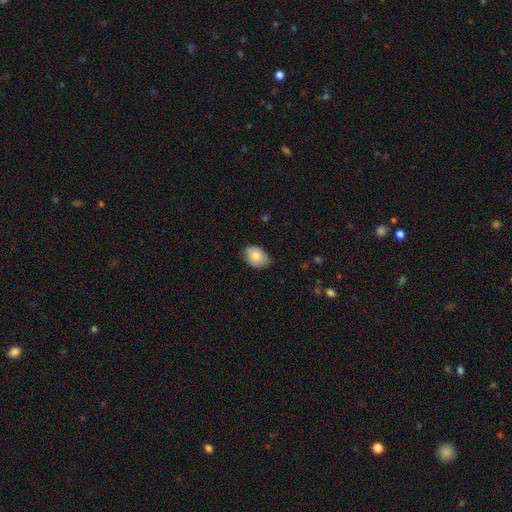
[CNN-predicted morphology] smooth_or_featured: smooth (p=0.84) [alt: featured or disk p=0.09]
how_rounded: in between (p=0.83) [alt: round p=0.16]
merging: none (p=0.80) [alt: minor disturbance p=0.17]